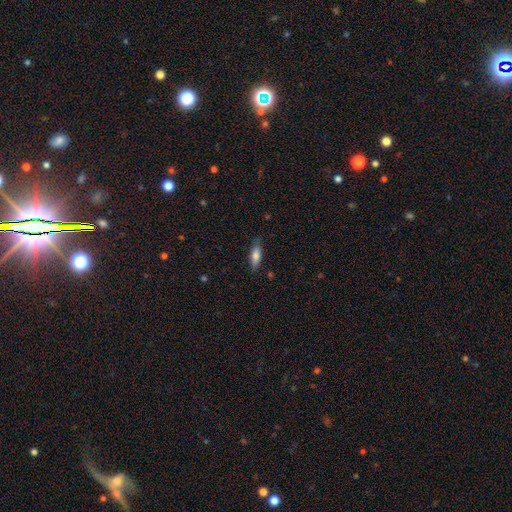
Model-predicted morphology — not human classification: Smooth or featured? smooth (76%)
How rounded? in between (58%)
Merging? none (81%)